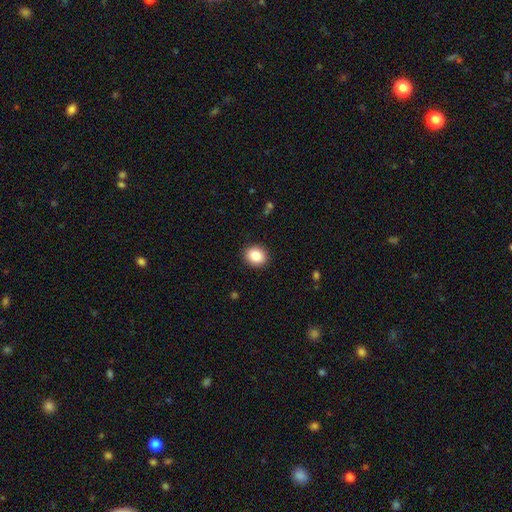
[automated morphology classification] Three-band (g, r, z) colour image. It shows a smooth galaxy with no disk features (86%) that is round (70%). Merging: none (91%).